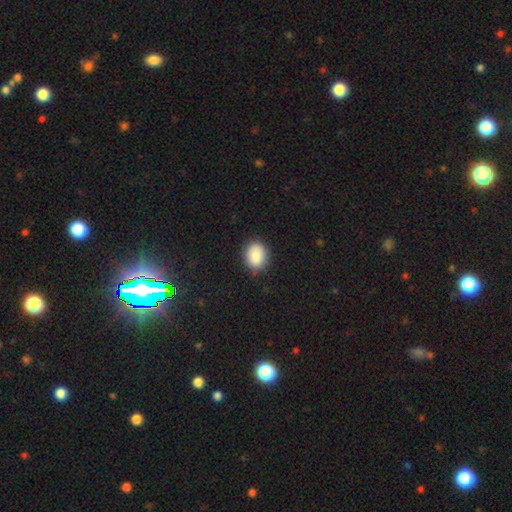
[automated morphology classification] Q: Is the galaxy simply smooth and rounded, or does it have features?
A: smooth — 87%.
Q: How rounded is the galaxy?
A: round — 55%.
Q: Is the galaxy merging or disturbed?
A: none — 85%.